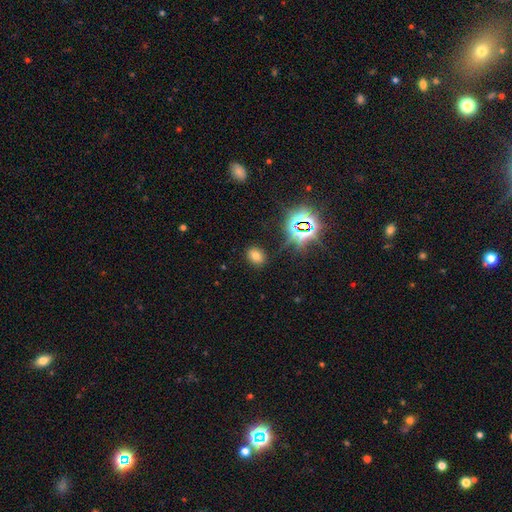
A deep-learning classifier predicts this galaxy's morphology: Overall: smooth (64%; star or artifact 28%). How rounded: in between (62%; round 37%). Merging: none (86%).